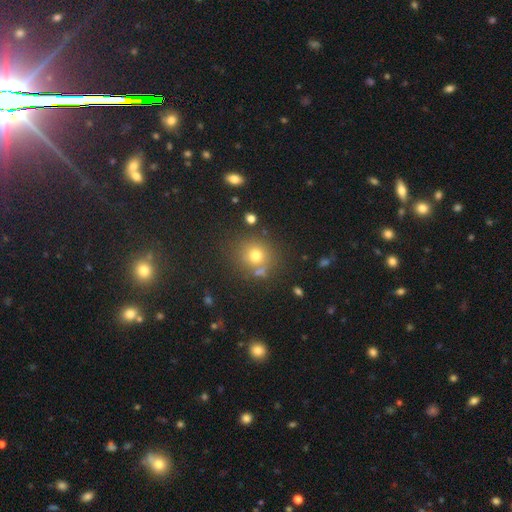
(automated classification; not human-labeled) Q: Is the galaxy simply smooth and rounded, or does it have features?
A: smooth — 72%.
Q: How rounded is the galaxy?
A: round — 88%.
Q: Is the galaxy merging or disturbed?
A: none — 75%.